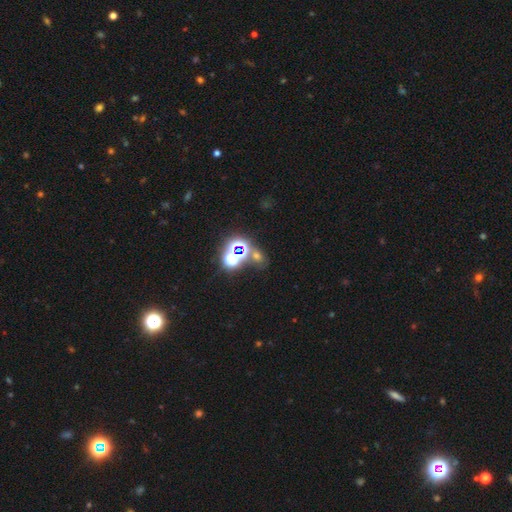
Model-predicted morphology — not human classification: The model was most divided on "smooth or featured": star or artifact: 63%, smooth: 26%, featured or disk: 11%.